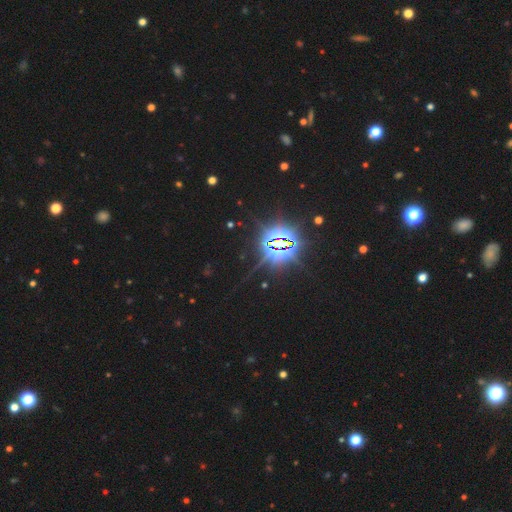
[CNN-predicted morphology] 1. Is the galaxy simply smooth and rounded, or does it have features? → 83% star or artifact, 11% smooth, 6% featured or disk.